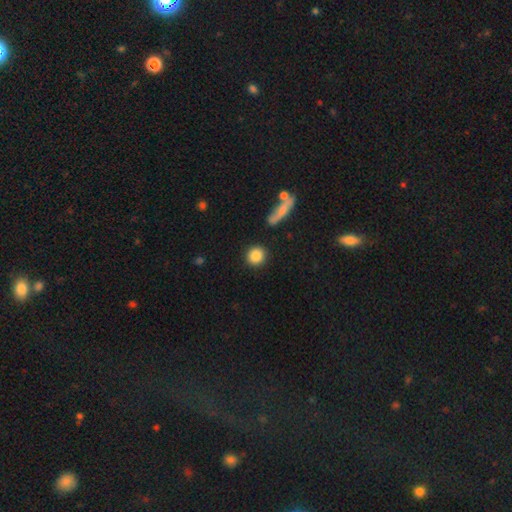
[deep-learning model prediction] Overall: smooth (86%). How rounded: round (90%). Merging: none (89%).